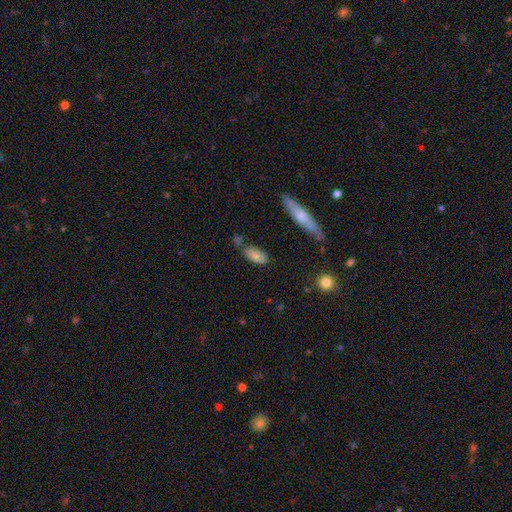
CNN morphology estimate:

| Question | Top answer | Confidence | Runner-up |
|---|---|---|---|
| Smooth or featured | smooth | 77% | featured or disk (15%) |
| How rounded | in between | 86% | cigar-shaped (11%) |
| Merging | none | 70% | minor disturbance (18%) |